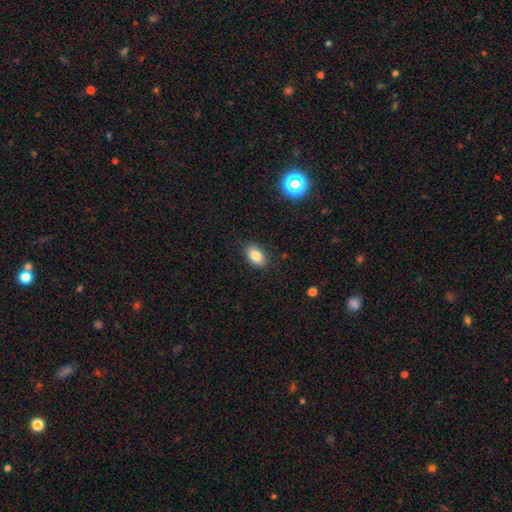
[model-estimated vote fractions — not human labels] Smooth or featured?
  - smooth: 81% *
  - featured or disk: 9%
  - star or artifact: 9%
How rounded?
  - in between: 88% *
  - round: 10%
  - cigar-shaped: 2%
Merging?
  - none: 86% *
  - minor disturbance: 10%
  - major disturbance: 2%
  - merger: 1%